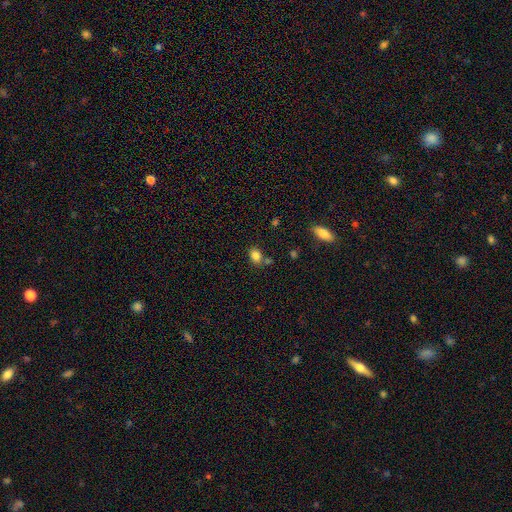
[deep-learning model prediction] smooth-or-featured: smooth: 82% | star or artifact: 11% | featured or disk: 7%
  how-rounded: in between: 68% | round: 30% | cigar-shaped: 2%
  merging: none: 63% | merger: 17% | minor disturbance: 16% | major disturbance: 5%